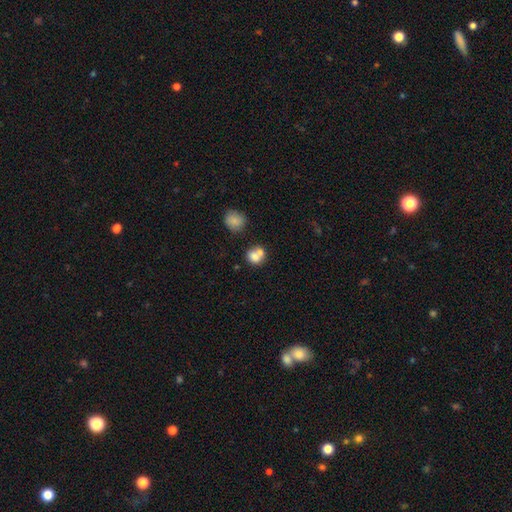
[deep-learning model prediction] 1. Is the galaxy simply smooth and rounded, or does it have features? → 75% smooth, 14% featured or disk, 10% star or artifact.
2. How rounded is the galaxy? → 69% round, 29% in between, 1% cigar-shaped.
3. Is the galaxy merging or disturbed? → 52% merger, 34% none, 9% minor disturbance, 5% major disturbance.